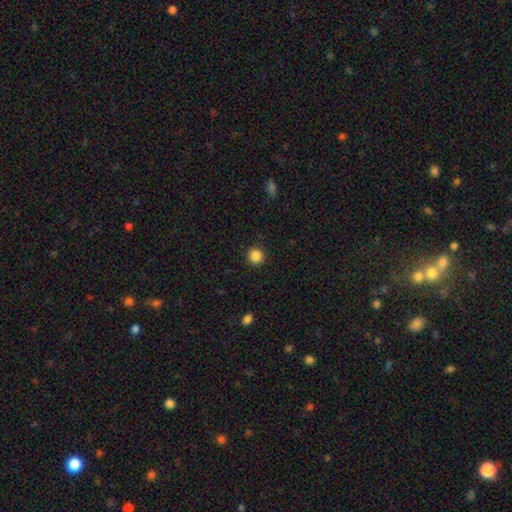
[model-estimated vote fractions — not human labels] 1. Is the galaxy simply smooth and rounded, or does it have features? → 87% smooth, 11% star or artifact, 3% featured or disk.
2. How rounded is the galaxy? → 95% round, 4% in between, 1% cigar-shaped.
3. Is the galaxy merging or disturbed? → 91% none, 6% minor disturbance, 2% major disturbance, 1% merger.